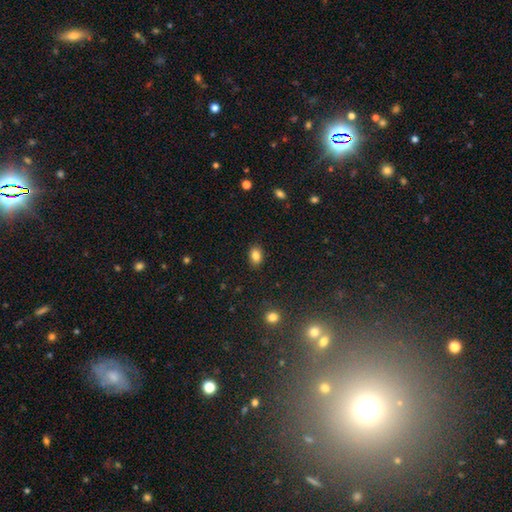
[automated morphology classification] type=smooth (84%); roundness=in between (75%); merging=none (88%).